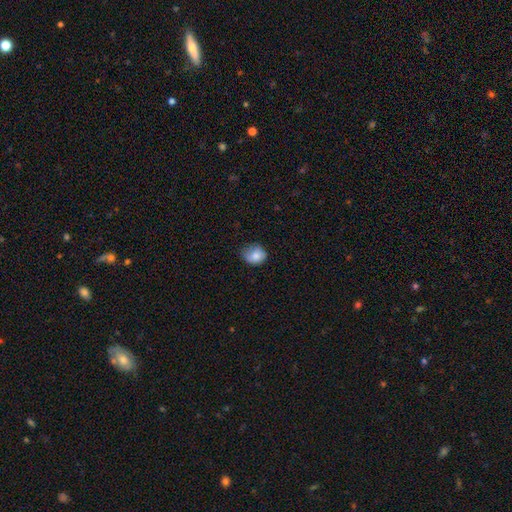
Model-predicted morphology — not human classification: Smooth or featured?
  - smooth: 83% *
  - featured or disk: 9%
  - star or artifact: 9%
How rounded?
  - round: 55% *
  - in between: 44%
  - cigar-shaped: 1%
Merging?
  - none: 57% *
  - minor disturbance: 33%
  - major disturbance: 8%
  - merger: 1%